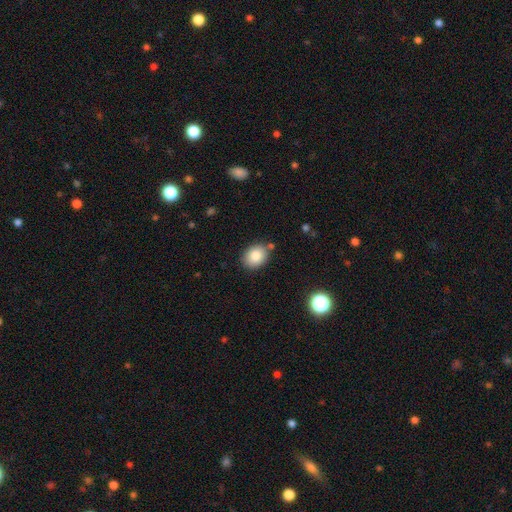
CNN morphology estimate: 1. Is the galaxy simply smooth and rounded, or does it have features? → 82% smooth, 9% star or artifact, 9% featured or disk.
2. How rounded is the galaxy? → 62% in between, 37% round, 1% cigar-shaped.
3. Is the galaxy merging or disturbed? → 80% none, 12% minor disturbance, 5% merger, 3% major disturbance.